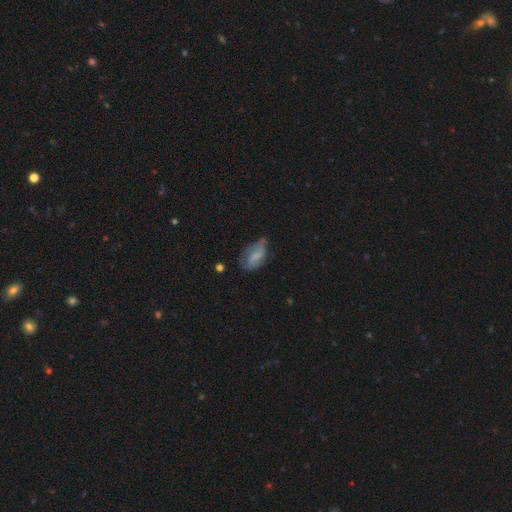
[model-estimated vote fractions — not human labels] Morphology: type=smooth (55%); roundness=in between (90%); merging=none (44%).